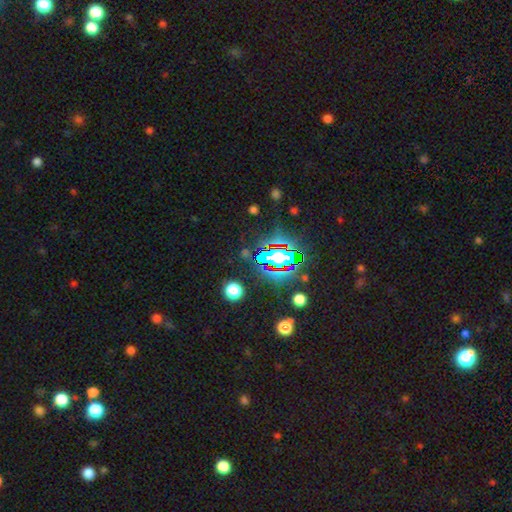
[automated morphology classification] The model was most divided on "smooth or featured": star or artifact: 79%, smooth: 12%, featured or disk: 8%.